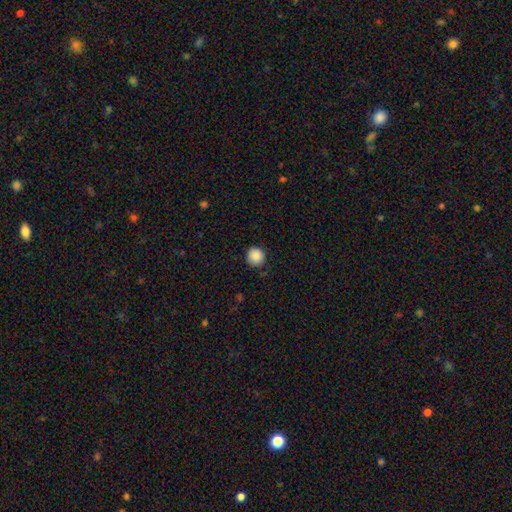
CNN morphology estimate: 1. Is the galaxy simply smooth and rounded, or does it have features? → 89% smooth, 9% star or artifact, 3% featured or disk.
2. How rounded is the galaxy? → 94% round, 5% in between, 1% cigar-shaped.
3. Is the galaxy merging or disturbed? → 87% none, 10% minor disturbance, 2% major disturbance, 1% merger.